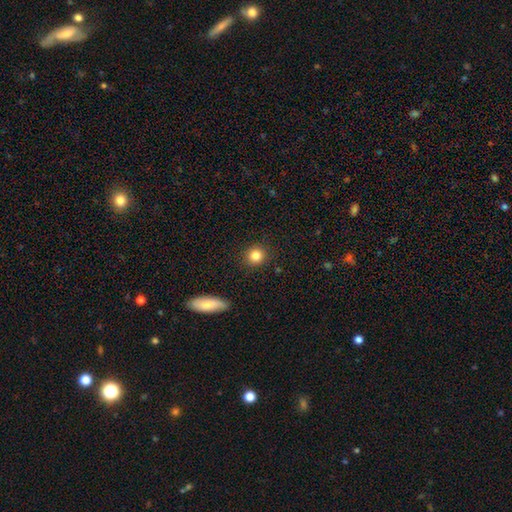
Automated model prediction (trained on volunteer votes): smooth-or-featured: smooth: 84% | star or artifact: 10% | featured or disk: 6%
  how-rounded: round: 91% | in between: 8% | cigar-shaped: 1%
  merging: none: 90% | minor disturbance: 6% | major disturbance: 2% | merger: 1%